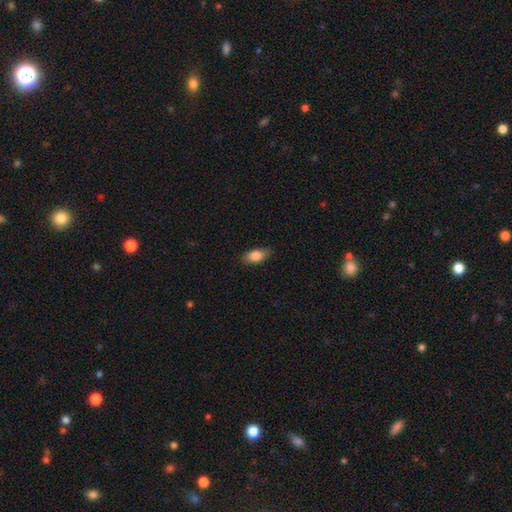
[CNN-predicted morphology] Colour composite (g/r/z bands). It shows a smooth galaxy with no disk features (83%) that is in between round and cigar-shaped (89%). Merging: none (84%).